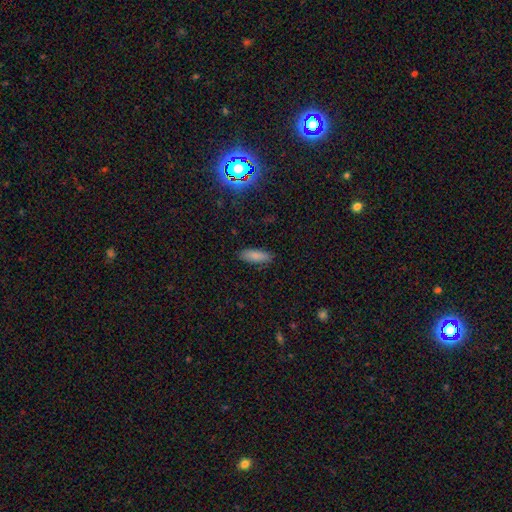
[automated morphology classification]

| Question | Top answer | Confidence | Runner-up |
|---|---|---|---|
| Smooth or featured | smooth | 85% | star or artifact (8%) |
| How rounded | in between | 66% | cigar-shaped (32%) |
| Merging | none | 87% | minor disturbance (10%) |